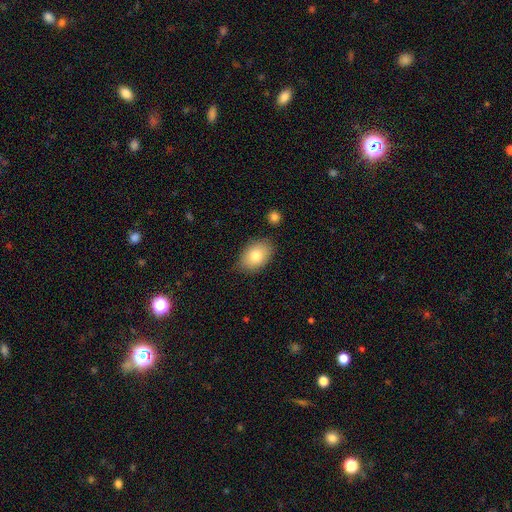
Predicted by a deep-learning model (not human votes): This appears to be a smooth galaxy with no disk features (80%) that is in between round and cigar-shaped (85%). Merging: none (79%).